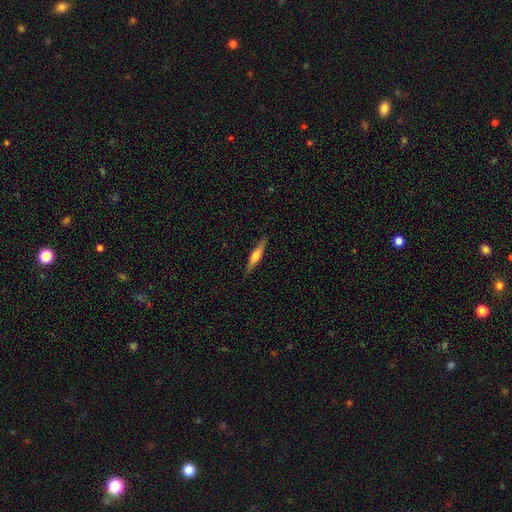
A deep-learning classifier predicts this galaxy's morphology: A featured or disk galaxy (52%) viewed edge-on (96%).

Vote fractions:
- Smooth or featured? featured or disk: 52% / smooth: 42% / star or artifact: 6%
- Edge-on disk? yes: 96% / no: 4%
- Merging? none: 88% / minor disturbance: 9% / major disturbance: 2% / merger: 1%